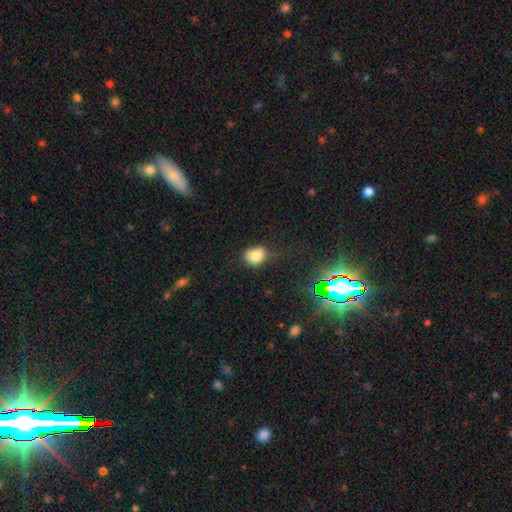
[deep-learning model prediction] Smooth or featured: smooth — 80% (star or artifact — 13%)
How rounded: round — 60% (in between — 39%)
Merging: none — 62% (minor disturbance — 27%)